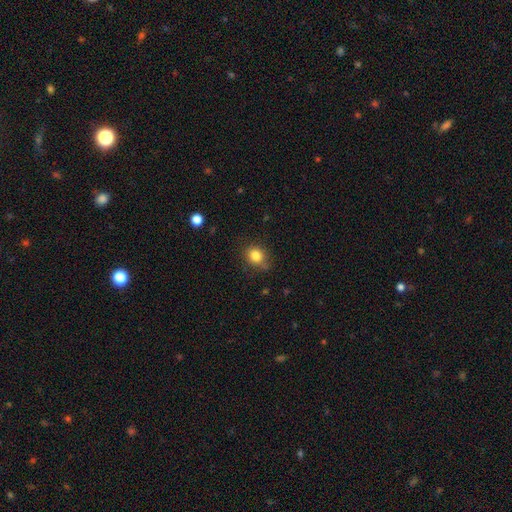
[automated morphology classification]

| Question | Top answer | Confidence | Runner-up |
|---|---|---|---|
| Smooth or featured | smooth | 83% | star or artifact (11%) |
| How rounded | round | 64% | in between (35%) |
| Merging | none | 74% | minor disturbance (20%) |